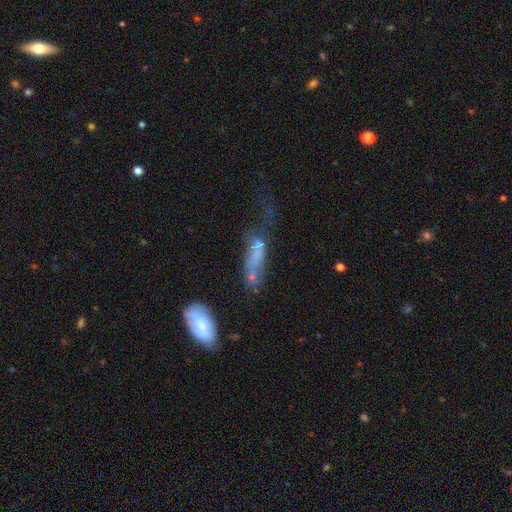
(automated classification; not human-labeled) This is possibly a smooth galaxy (48%). Merging: marginally major disturbance (36%).